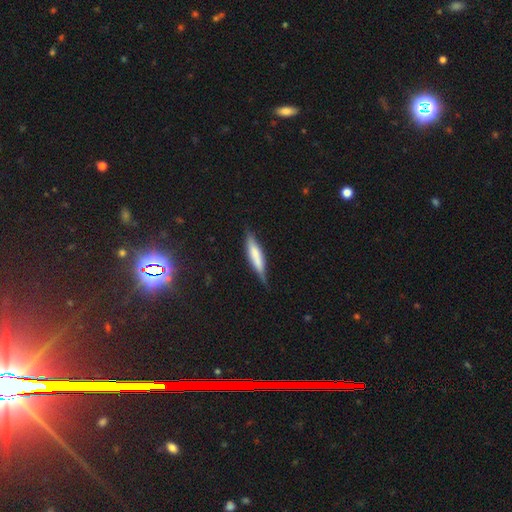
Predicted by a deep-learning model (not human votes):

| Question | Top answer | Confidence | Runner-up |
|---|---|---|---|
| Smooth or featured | smooth | 58% | featured or disk (36%) |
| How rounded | cigar-shaped | 79% | in between (19%) |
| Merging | none | 68% | minor disturbance (25%) |